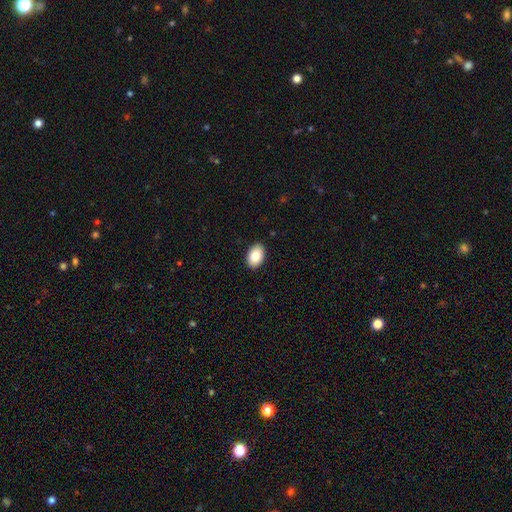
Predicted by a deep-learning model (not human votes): smooth-or-featured: smooth: 87% | star or artifact: 7% | featured or disk: 7%
  how-rounded: in between: 91% | round: 8% | cigar-shaped: 1%
  merging: none: 90% | minor disturbance: 8% | major disturbance: 2% | merger: 1%